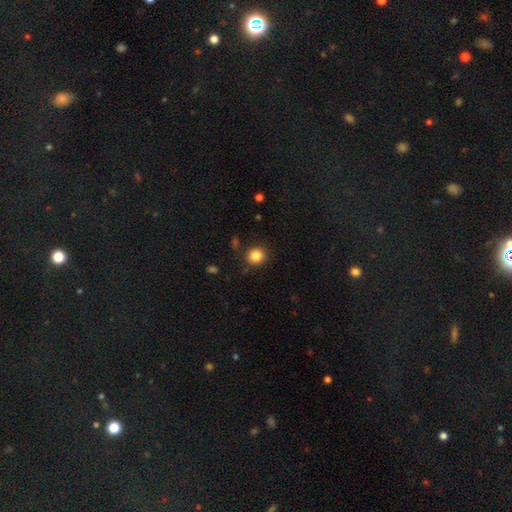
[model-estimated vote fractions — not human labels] Smooth or featured? Predicted: smooth (p=0.84). How rounded? Predicted: round (p=0.86). Merging? Predicted: none (p=0.88).